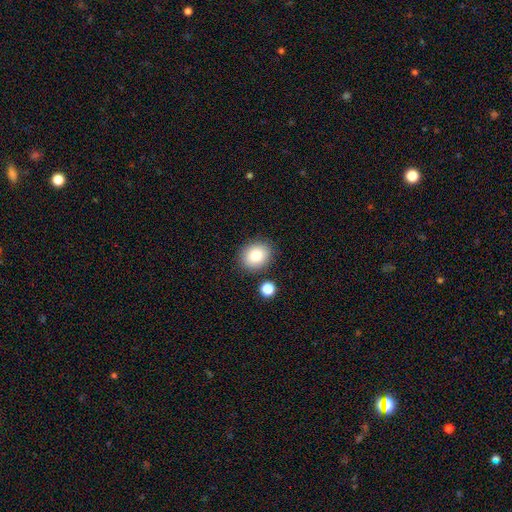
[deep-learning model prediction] Morphology: type=smooth (83%); roundness=round (62%); merging=none (84%).